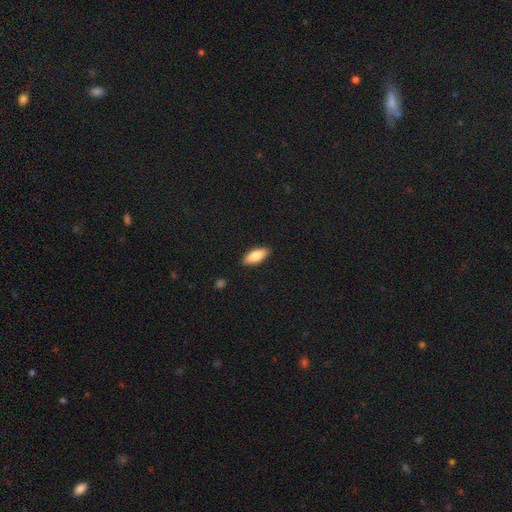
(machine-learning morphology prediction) The model was most divided on "how rounded": in between: 78%, cigar-shaped: 20%, round: 2%. More confident: merging — none (89%); smooth or featured — smooth (81%).